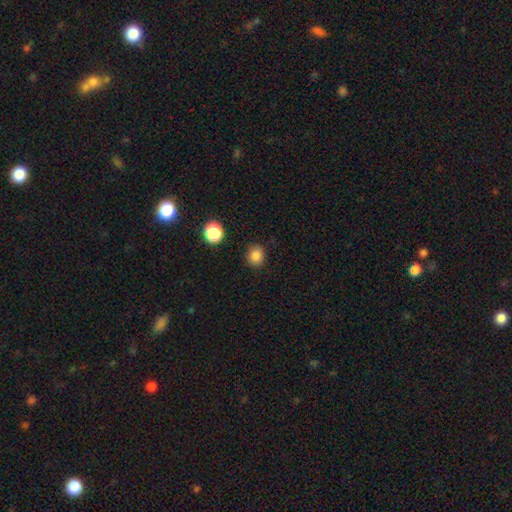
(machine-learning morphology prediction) This appears to be a smooth galaxy with no disk features (84%) that is round (73%). Merging: none (88%).